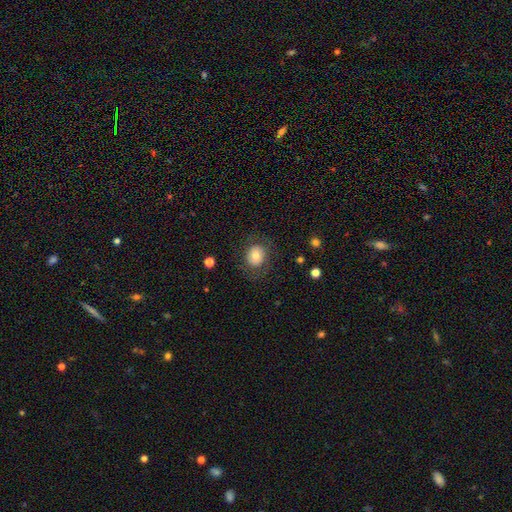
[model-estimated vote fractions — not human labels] A smooth galaxy with no disk features (72%) that is round (69%). Merging: none (76%).